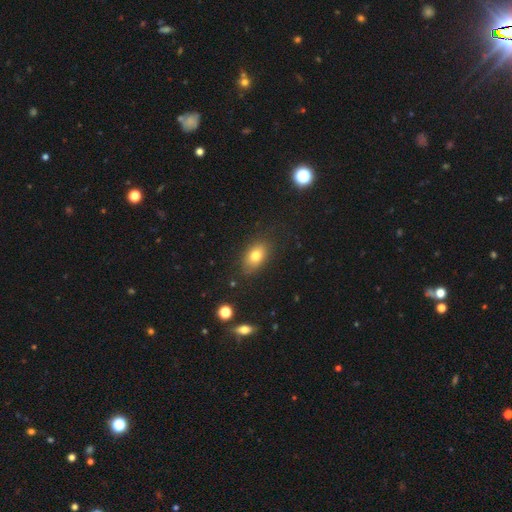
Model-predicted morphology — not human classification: A smooth galaxy with no disk features (77%) that is in between round and cigar-shaped (84%).

Vote fractions:
- Smooth or featured? smooth: 77% / featured or disk: 13% / star or artifact: 10%
- How rounded? in between: 84% / round: 14% / cigar-shaped: 2%
- Merging? none: 81% / minor disturbance: 13% / major disturbance: 3% / merger: 2%